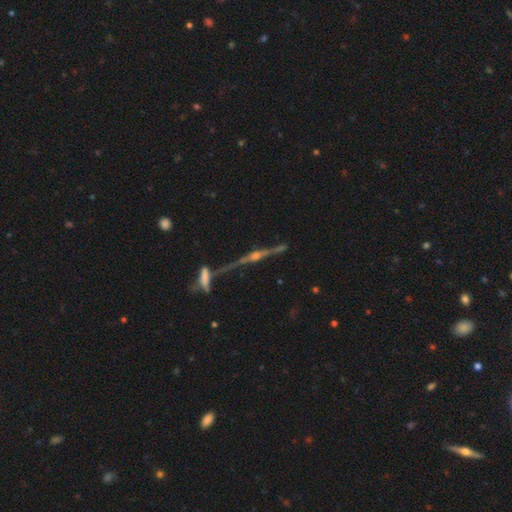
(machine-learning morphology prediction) The model was most divided on "merging": none: 66%, merger: 15%, minor disturbance: 13%, major disturbance: 6%. More confident: edge-on disk — yes (95%); edge-on bulge — rounded (88%); smooth or featured — featured or disk (84%).